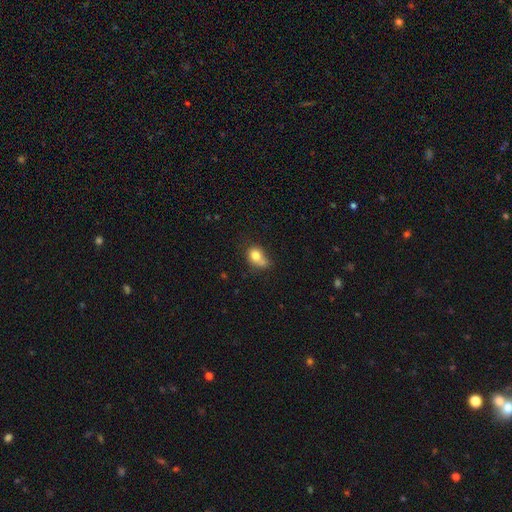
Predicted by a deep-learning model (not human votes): smooth 78%, featured or disk 12%, star or artifact 10%. Down the decision tree: how rounded — in between (51%); merging — none (37%).